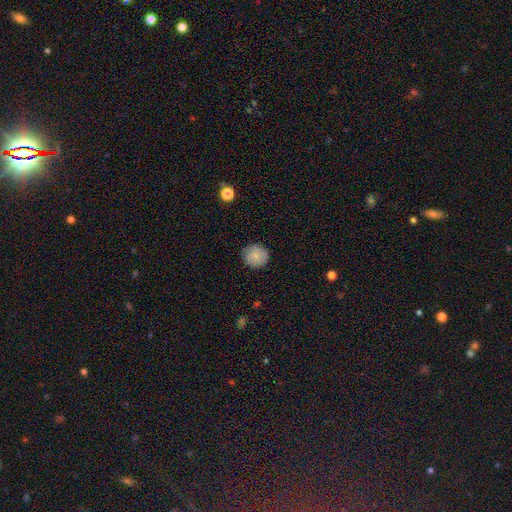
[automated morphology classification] Smooth or featured?
  - smooth: 80% *
  - featured or disk: 12%
  - star or artifact: 8%
How rounded?
  - round: 90% *
  - in between: 9%
  - cigar-shaped: 1%
Merging?
  - none: 84% *
  - minor disturbance: 12%
  - major disturbance: 3%
  - merger: 1%